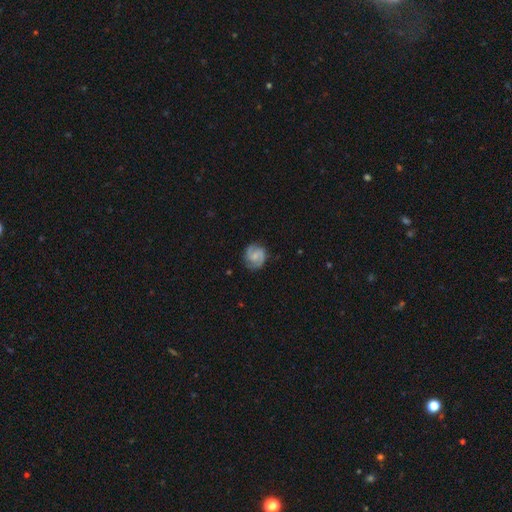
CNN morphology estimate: This is likely a featured or disk galaxy (78%). It is clearly not viewed edge-on (98%). Bar: possibly no (50%). Spiral arm pattern: clearly yes (96%). Spiral arm count: clearly 2 (88%). Spiral winding: possibly medium (48%). Central bulge: possibly small (49%). Merging: clearly none (83%).